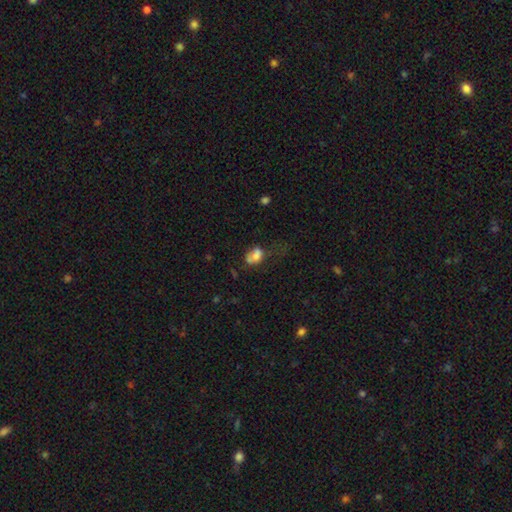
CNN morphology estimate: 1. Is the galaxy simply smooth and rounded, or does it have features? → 67% smooth, 20% featured or disk, 13% star or artifact.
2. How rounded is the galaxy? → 70% in between, 28% round, 2% cigar-shaped.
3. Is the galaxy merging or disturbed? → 31% merger, 25% major disturbance, 24% none, 20% minor disturbance.